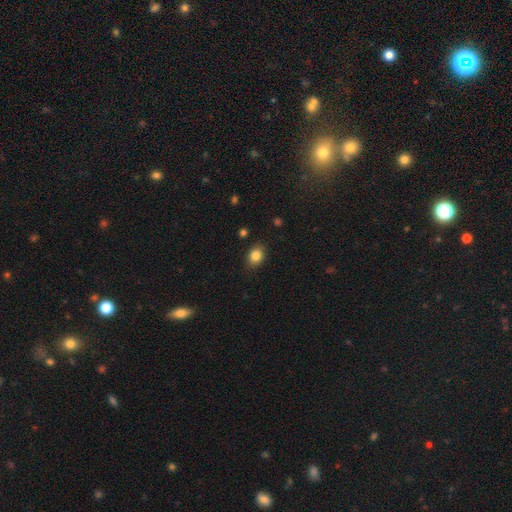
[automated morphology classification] Smooth or featured: smooth — 84% (star or artifact — 10%)
How rounded: in between — 61% (round — 38%)
Merging: none — 85% (minor disturbance — 11%)